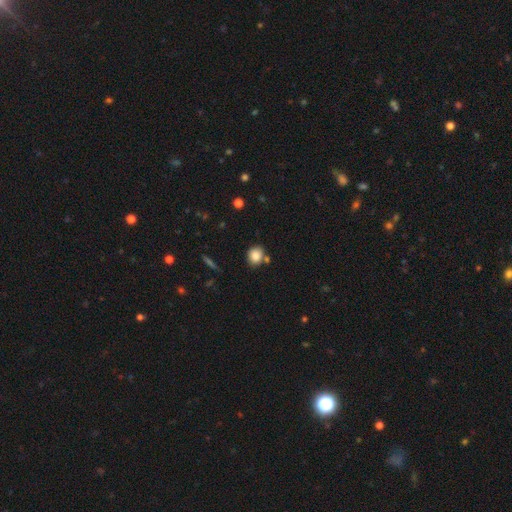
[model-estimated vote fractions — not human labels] The model was most divided on "how rounded": round: 62%, in between: 37%, cigar-shaped: 1%. More confident: smooth or featured — smooth (84%); merging — none (70%).